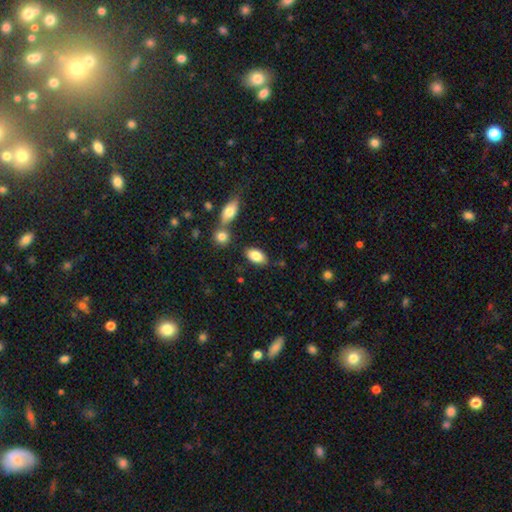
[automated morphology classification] Smooth or featured: smooth — 83% (featured or disk — 10%)
How rounded: in between — 93% (round — 4%)
Merging: none — 75% (minor disturbance — 12%)